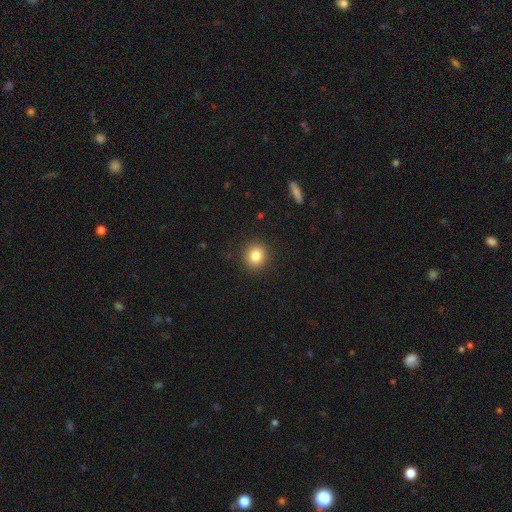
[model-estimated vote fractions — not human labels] Smooth or featured?
  - smooth: 83% *
  - star or artifact: 11%
  - featured or disk: 6%
How rounded?
  - round: 87% *
  - in between: 12%
  - cigar-shaped: 1%
Merging?
  - none: 91% *
  - minor disturbance: 6%
  - major disturbance: 2%
  - merger: 1%